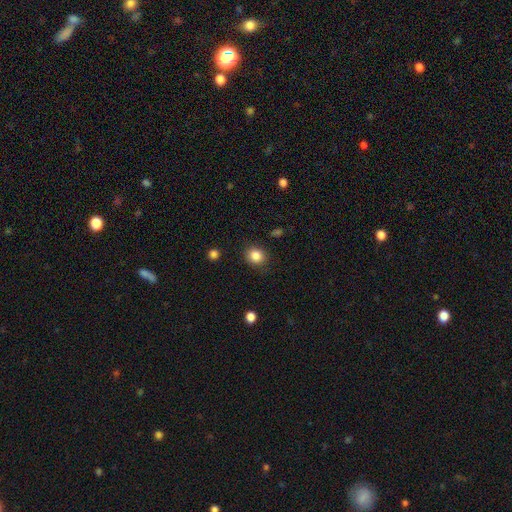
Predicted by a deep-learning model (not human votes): Smooth or featured? smooth (85%)
How rounded? round (78%)
Merging? none (87%)